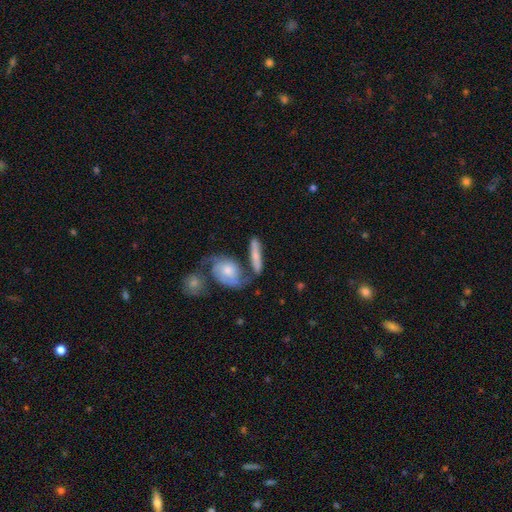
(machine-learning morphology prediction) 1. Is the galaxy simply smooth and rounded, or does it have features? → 54% smooth, 39% featured or disk, 7% star or artifact.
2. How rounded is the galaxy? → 70% cigar-shaped, 25% in between, 5% round.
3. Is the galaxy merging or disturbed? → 49% none, 26% merger, 17% minor disturbance, 8% major disturbance.